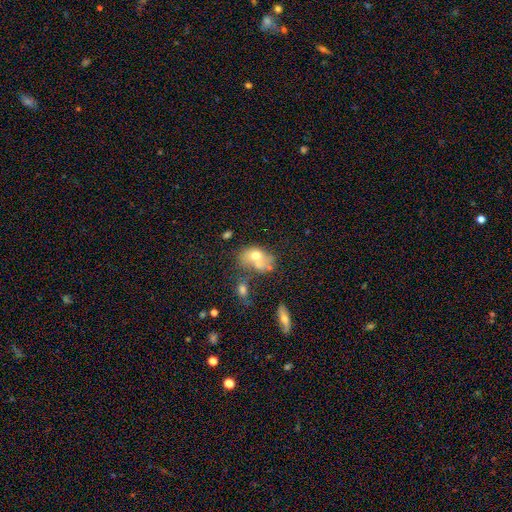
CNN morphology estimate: Q: Smooth or featured?
A: smooth (62%); runner-up: featured or disk (27%)
Q: How rounded?
A: in between (71%); runner-up: round (28%)
Q: Merging?
A: merger (46%); runner-up: none (26%)